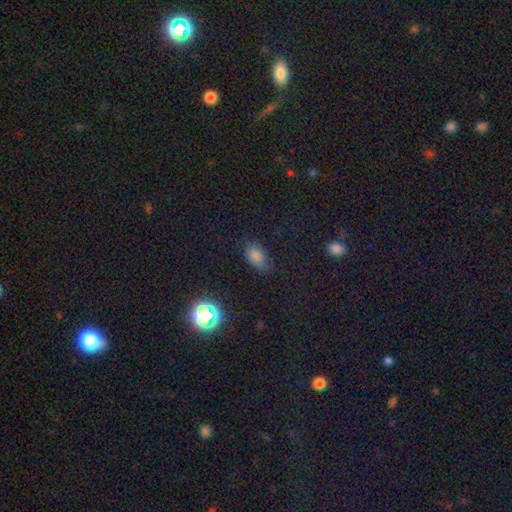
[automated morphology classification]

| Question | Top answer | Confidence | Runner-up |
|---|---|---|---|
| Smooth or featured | smooth | 74% | star or artifact (19%) |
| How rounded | in between | 83% | round (15%) |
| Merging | none | 72% | minor disturbance (21%) |